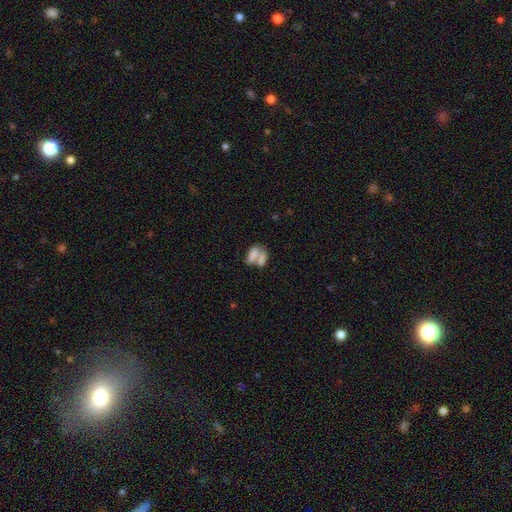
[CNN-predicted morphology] The model was most divided on "merging": merger: 63%, none: 22%, minor disturbance: 8%, major disturbance: 7%. More confident: how rounded — in between (82%); smooth or featured — smooth (68%).